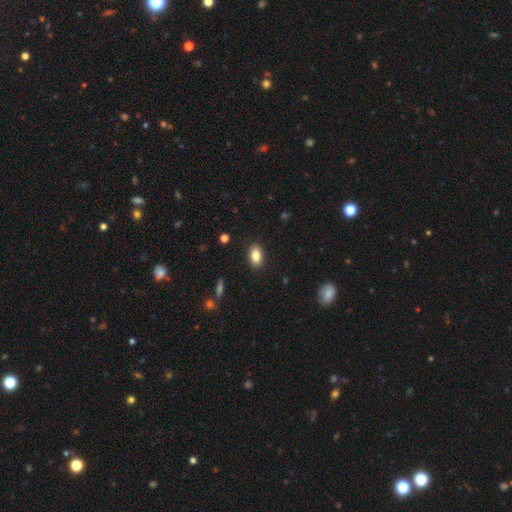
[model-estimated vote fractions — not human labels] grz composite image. It shows a smooth galaxy with no disk features (85%) that is in between round and cigar-shaped (89%). Merging: none (88%).